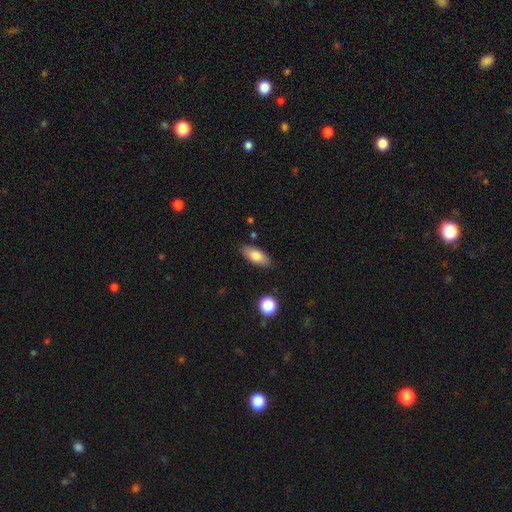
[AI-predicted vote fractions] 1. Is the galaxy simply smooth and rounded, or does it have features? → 78% smooth, 15% featured or disk, 7% star or artifact.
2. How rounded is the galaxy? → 84% in between, 13% cigar-shaped, 3% round.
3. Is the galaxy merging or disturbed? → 84% none, 11% minor disturbance, 2% major disturbance, 2% merger.